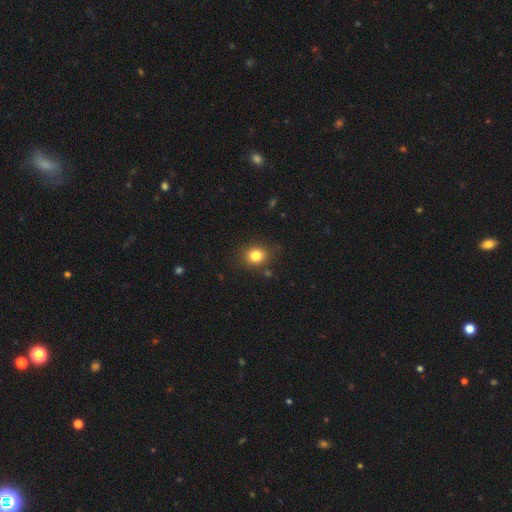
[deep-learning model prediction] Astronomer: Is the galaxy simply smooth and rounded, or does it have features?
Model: smooth — 81%.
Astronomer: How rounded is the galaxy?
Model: round — 73%.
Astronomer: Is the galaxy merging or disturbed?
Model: none — 85%.